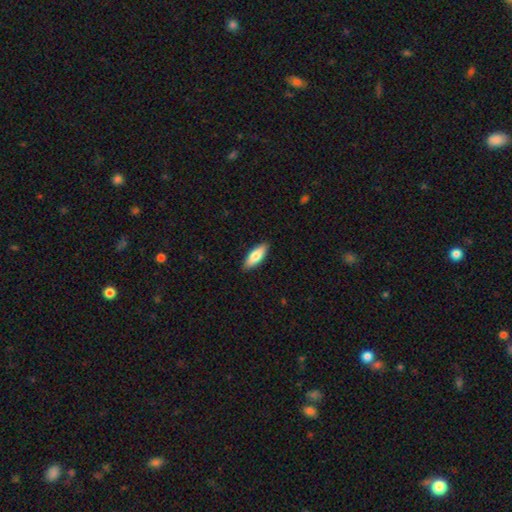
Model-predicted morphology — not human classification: Q: Smooth or featured?
A: smooth (77%); runner-up: featured or disk (17%)
Q: How rounded?
A: in between (62%); runner-up: cigar-shaped (36%)
Q: Merging?
A: none (89%); runner-up: minor disturbance (8%)